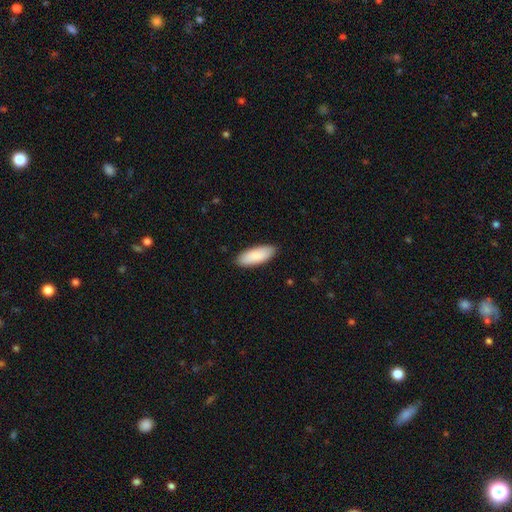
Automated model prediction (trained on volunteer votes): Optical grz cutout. It shows a smooth galaxy with no disk features (89%) that is in between round and cigar-shaped (74%). Merging: none (88%).